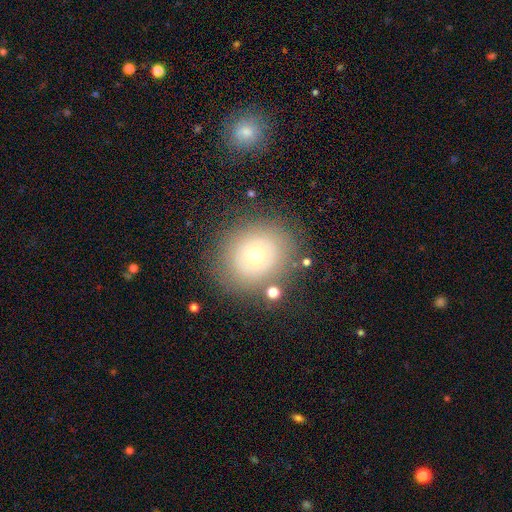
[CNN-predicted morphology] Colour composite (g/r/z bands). It shows a smooth galaxy with no disk features (61%) that is round (82%). Merging: none (79%).